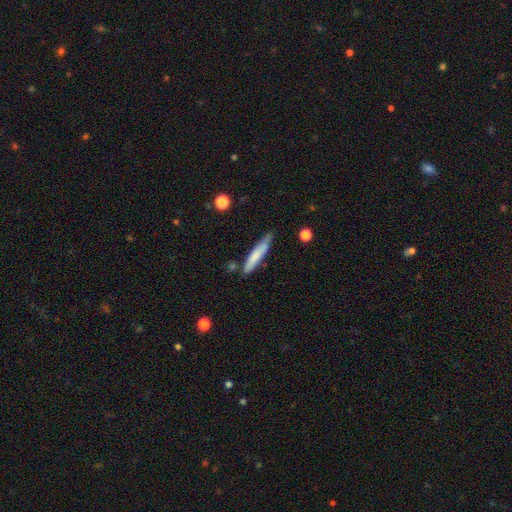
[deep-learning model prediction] Smooth or featured: smooth — 72% (featured or disk — 22%)
How rounded: cigar-shaped — 91% (in between — 8%)
Merging: none — 71% (minor disturbance — 21%)